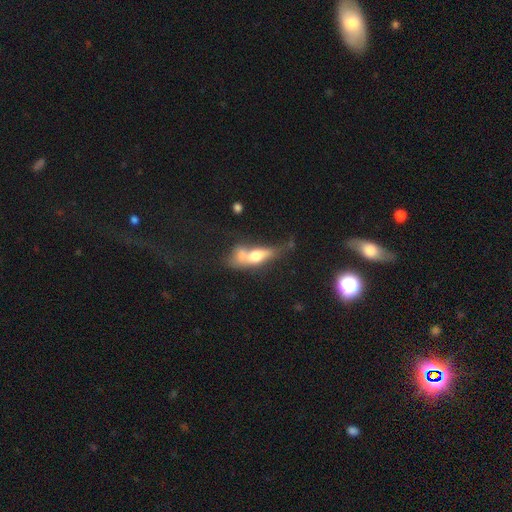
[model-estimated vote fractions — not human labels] Smooth or featured? Predicted: smooth (p=0.54). How rounded? Predicted: in between (p=0.59). Merging? Predicted: merger (p=0.50).